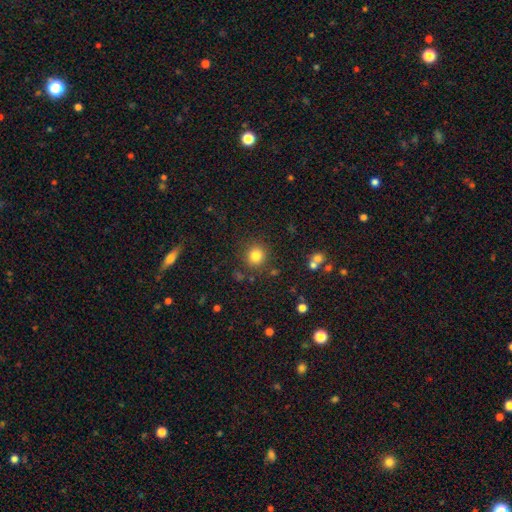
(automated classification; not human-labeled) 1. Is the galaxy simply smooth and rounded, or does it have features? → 82% smooth, 12% star or artifact, 6% featured or disk.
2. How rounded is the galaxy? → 91% round, 8% in between, 1% cigar-shaped.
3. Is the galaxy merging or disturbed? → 86% none, 8% minor disturbance, 3% major disturbance, 3% merger.